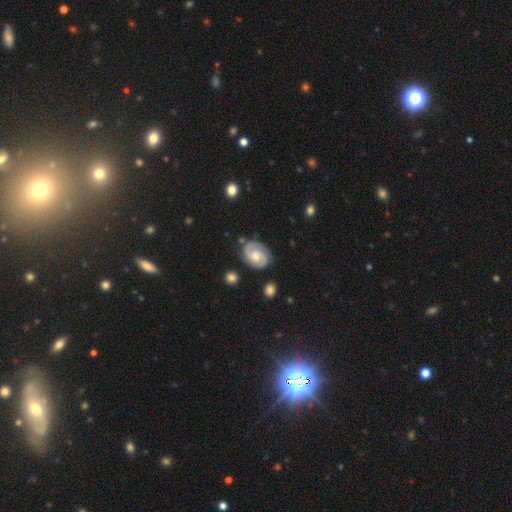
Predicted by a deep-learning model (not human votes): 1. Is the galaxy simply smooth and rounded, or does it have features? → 73% featured or disk, 21% smooth, 6% star or artifact.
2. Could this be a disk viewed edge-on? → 97% no, 3% yes.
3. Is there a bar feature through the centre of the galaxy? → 57% no, 38% weak, 6% strong.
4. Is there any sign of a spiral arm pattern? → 94% yes, 6% no.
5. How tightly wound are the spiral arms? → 45% medium, 42% tight, 13% loose.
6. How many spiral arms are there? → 86% 2, 7% can't tell, 2% 1, 2% 3, 1% 4, 1% more than 4.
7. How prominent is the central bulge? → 60% moderate, 27% small, 7% large, 5% none, 1% dominant.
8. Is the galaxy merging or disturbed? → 78% none, 15% minor disturbance, 4% major disturbance, 3% merger.